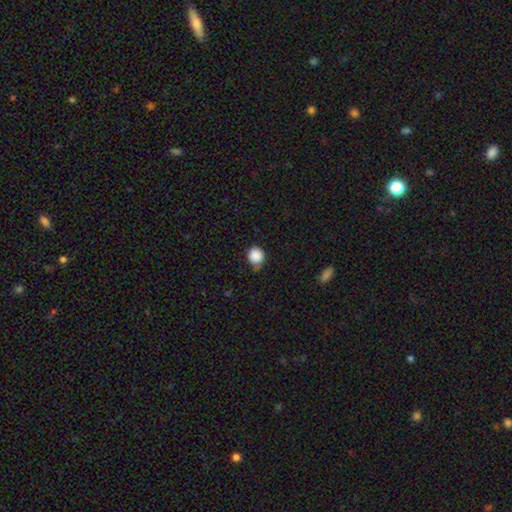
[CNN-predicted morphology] type=smooth (87%); roundness=round (90%); merging=none (69%).